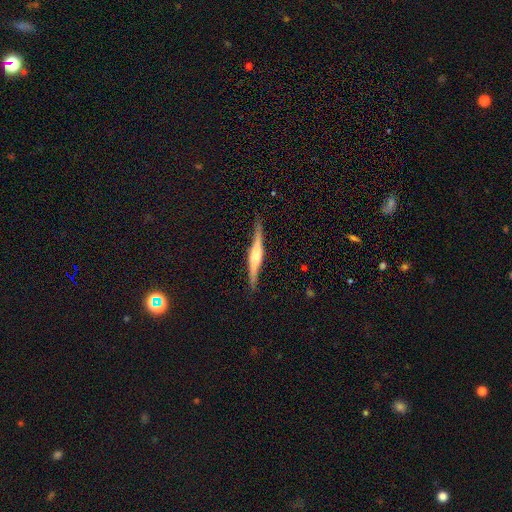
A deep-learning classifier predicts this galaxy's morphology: This appears to be a featured or disk galaxy (73%) viewed edge-on (96%) with a rounded central bulge (75%). Merging: none (85%).